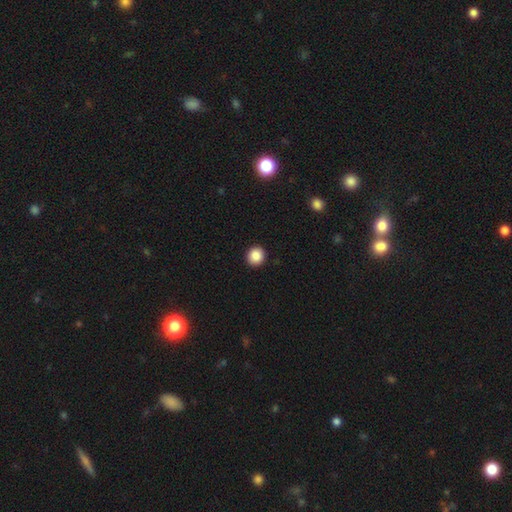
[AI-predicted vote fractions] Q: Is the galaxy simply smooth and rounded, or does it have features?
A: smooth — 88%.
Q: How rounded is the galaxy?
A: round — 91%.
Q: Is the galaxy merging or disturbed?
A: none — 93%.